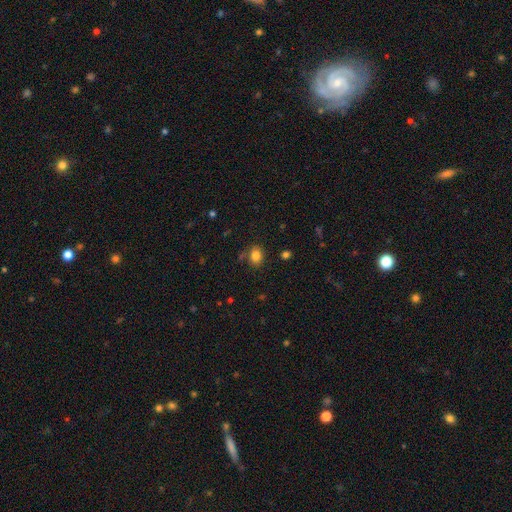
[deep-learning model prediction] A smooth galaxy with no disk features (82%) that is round (55%).

Vote fractions:
- Smooth or featured? smooth: 82% / star or artifact: 11% / featured or disk: 7%
- How rounded? round: 55% / in between: 44% / cigar-shaped: 1%
- Merging? none: 78% / minor disturbance: 13% / merger: 5% / major disturbance: 4%